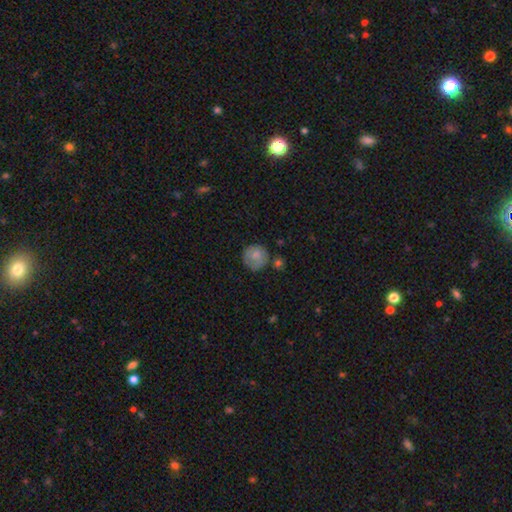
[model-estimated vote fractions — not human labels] smooth_or_featured: smooth (p=0.73) [alt: featured or disk p=0.19]
how_rounded: round (p=0.89) [alt: in between p=0.10]
merging: none (p=0.66) [alt: minor disturbance p=0.22]